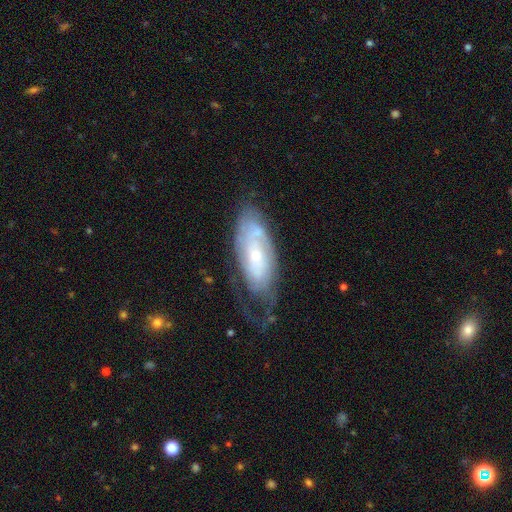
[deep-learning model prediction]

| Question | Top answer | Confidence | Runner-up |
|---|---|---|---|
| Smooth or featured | featured or disk | 70% | smooth (23%) |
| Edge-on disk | no | 89% | yes (11%) |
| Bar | no | 73% | weak (22%) |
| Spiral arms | yes | 76% | no (24%) |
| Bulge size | small | 62% | moderate (32%) |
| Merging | none | 45% | minor disturbance (29%) |